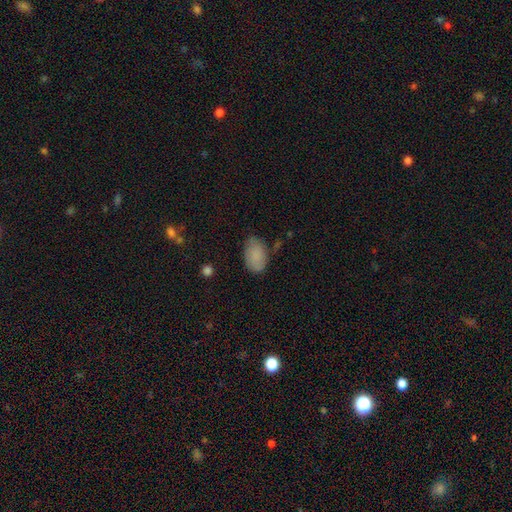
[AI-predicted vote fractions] smooth 86%, star or artifact 7%, featured or disk 7%. Down the decision tree: how rounded — in between (91%); merging — none (72%).